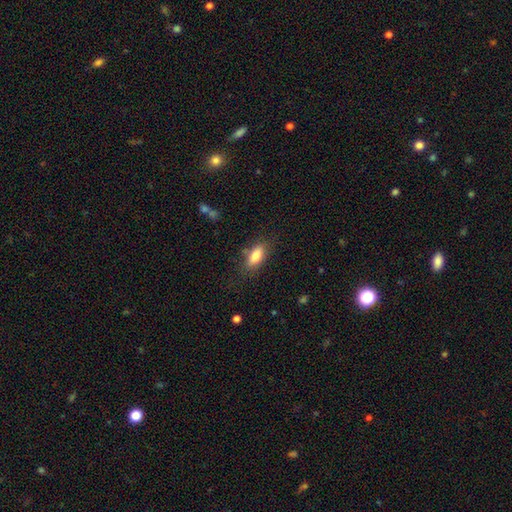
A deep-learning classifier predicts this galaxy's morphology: This is clearly a smooth galaxy (82%). How rounded: clearly in between (84%). Merging: likely none (76%).